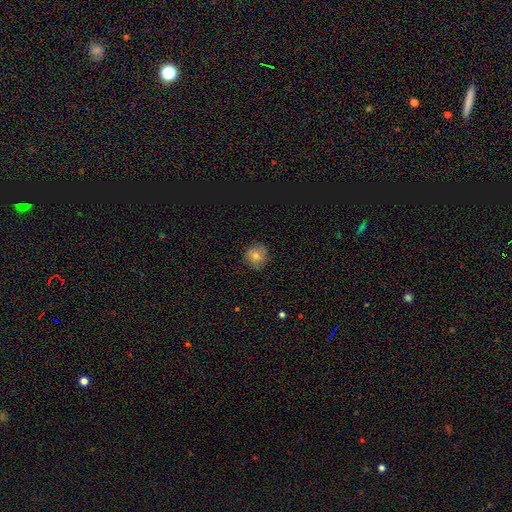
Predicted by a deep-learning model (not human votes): Smooth or featured?
  - smooth: 68% *
  - star or artifact: 16%
  - featured or disk: 16%
How rounded?
  - round: 91% *
  - in between: 8%
  - cigar-shaped: 1%
Merging?
  - none: 83% *
  - minor disturbance: 13%
  - major disturbance: 3%
  - merger: 1%